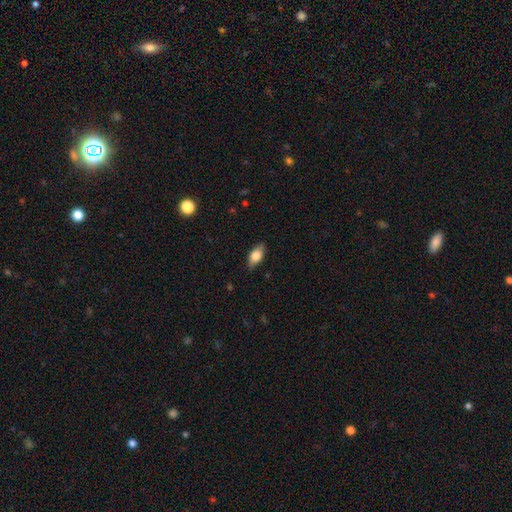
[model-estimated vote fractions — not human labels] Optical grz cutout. It shows a smooth galaxy with no disk features (72%) that is in between round and cigar-shaped (85%). Merging: none (83%).